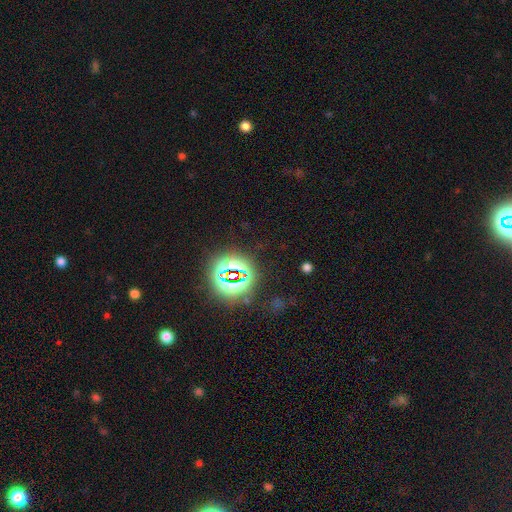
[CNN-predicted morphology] Smooth or featured? star or artifact (81%)